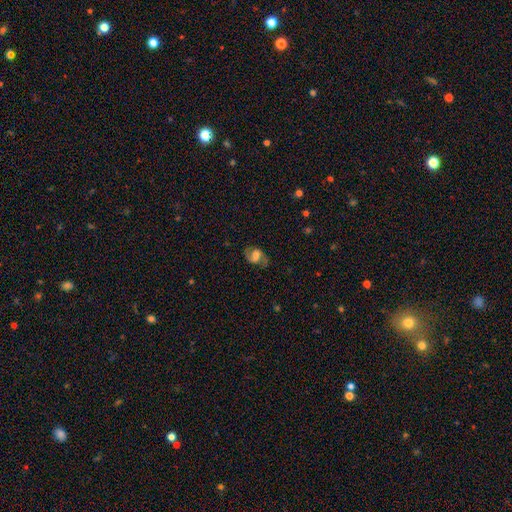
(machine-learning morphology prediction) Q: Smooth or featured?
A: featured or disk (71%); runner-up: smooth (20%)
Q: Edge-on disk?
A: no (97%); runner-up: yes (3%)
Q: Bar?
A: weak (48%); runner-up: no (28%)
Q: Spiral arms?
A: yes (92%); runner-up: no (8%)
Q: Spiral winding?
A: medium (51%); runner-up: loose (31%)
Q: Spiral arm count?
A: 2 (89%); runner-up: can't tell (5%)
Q: Bulge size?
A: moderate (43%); runner-up: large (23%)
Q: Merging?
A: none (74%); runner-up: minor disturbance (16%)